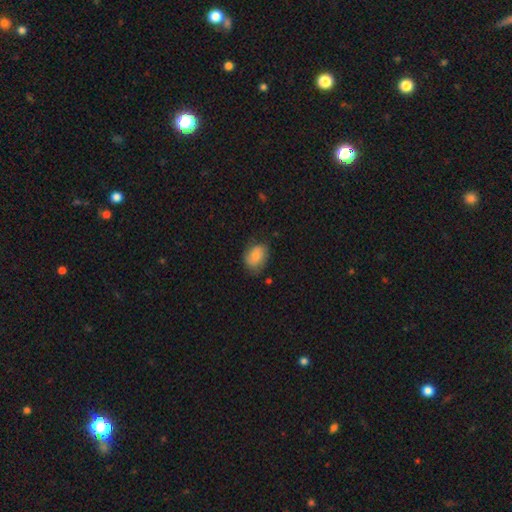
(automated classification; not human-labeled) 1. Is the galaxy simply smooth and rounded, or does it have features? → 72% smooth, 20% featured or disk, 7% star or artifact.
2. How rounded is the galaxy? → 65% in between, 34% round, 1% cigar-shaped.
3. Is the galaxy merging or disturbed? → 66% none, 26% minor disturbance, 7% major disturbance, 2% merger.